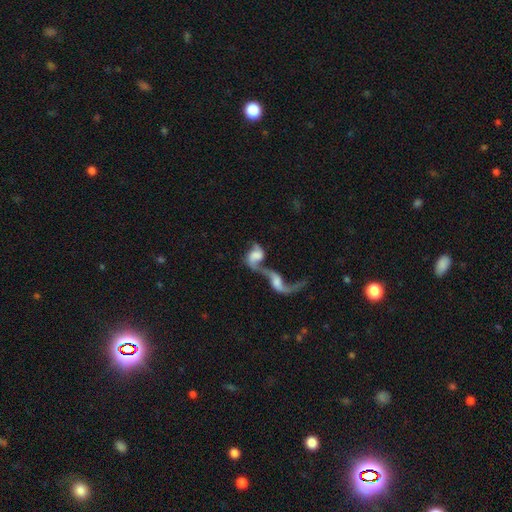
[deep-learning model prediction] Morphology: type=featured or disk (65%); edge-on=no (94%); bar=no (58%); spiral arms=yes (78%); bulge=none (33%); merging=merger (79%).